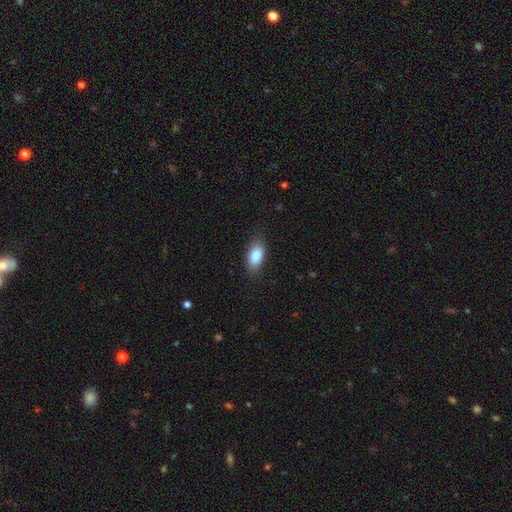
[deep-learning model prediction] smooth_or_featured: smooth (p=0.85) [alt: featured or disk p=0.08]
how_rounded: in between (p=0.89) [alt: cigar-shaped p=0.07]
merging: none (p=0.83) [alt: minor disturbance p=0.13]